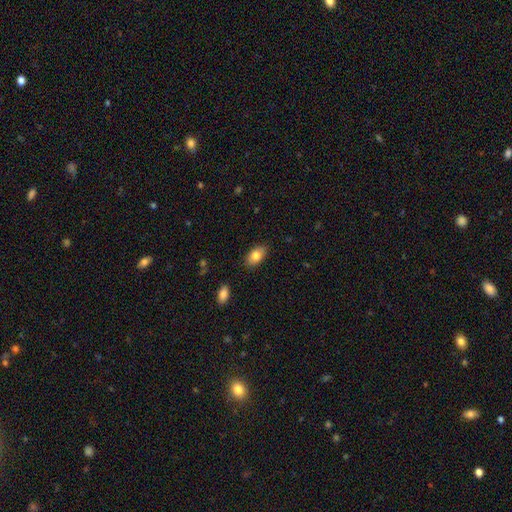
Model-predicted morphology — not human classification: type=smooth (82%); roundness=in between (91%); merging=none (86%).